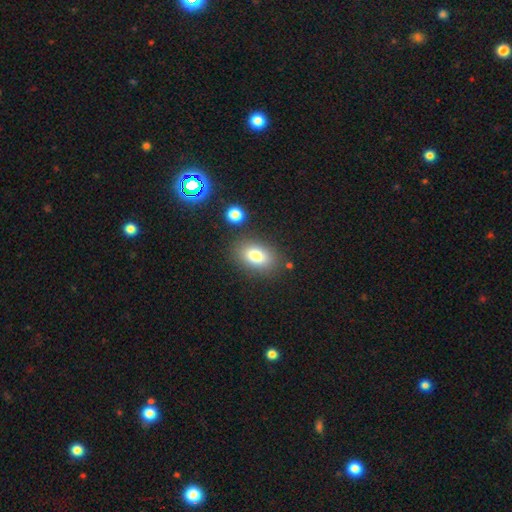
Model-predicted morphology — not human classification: Smooth or featured? Predicted: smooth (p=0.79). How rounded? Predicted: in between (p=0.81). Merging? Predicted: none (p=0.80).